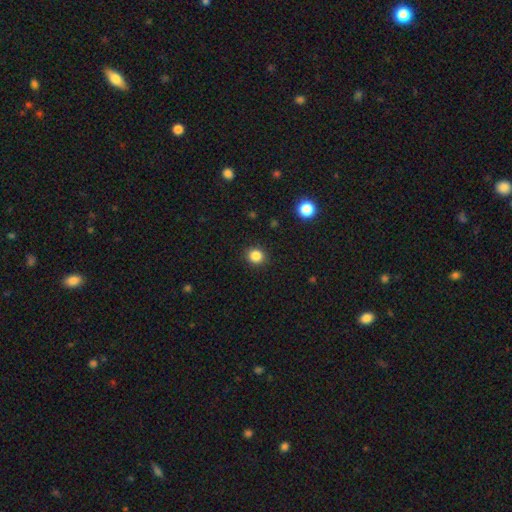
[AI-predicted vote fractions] Smooth or featured? smooth (84%)
How rounded? round (89%)
Merging? none (91%)